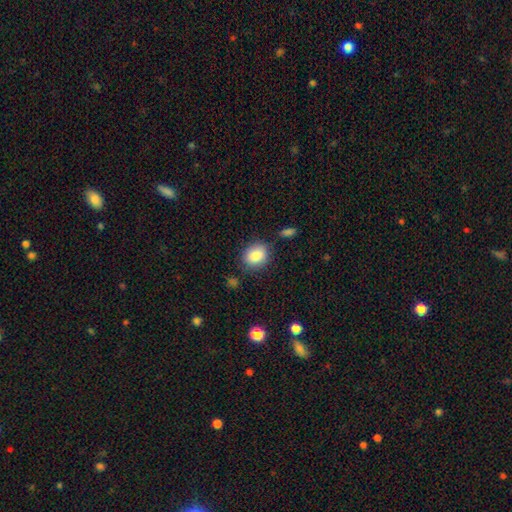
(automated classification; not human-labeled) Q: Smooth or featured?
A: smooth (86%); runner-up: star or artifact (8%)
Q: How rounded?
A: round (52%); runner-up: in between (47%)
Q: Merging?
A: none (79%); runner-up: minor disturbance (13%)